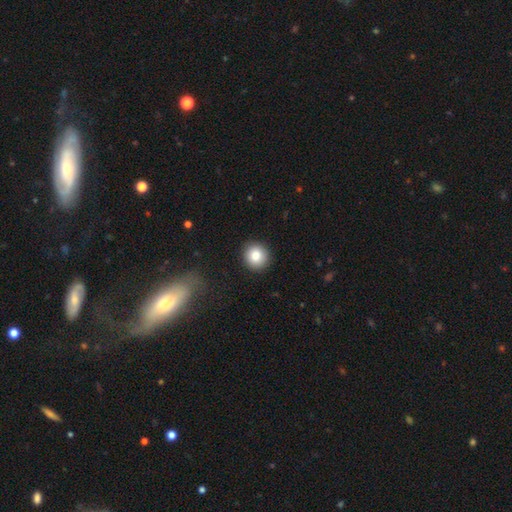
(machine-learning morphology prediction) Q: Smooth or featured?
A: smooth (85%); runner-up: star or artifact (9%)
Q: How rounded?
A: round (92%); runner-up: in between (7%)
Q: Merging?
A: none (91%); runner-up: minor disturbance (6%)